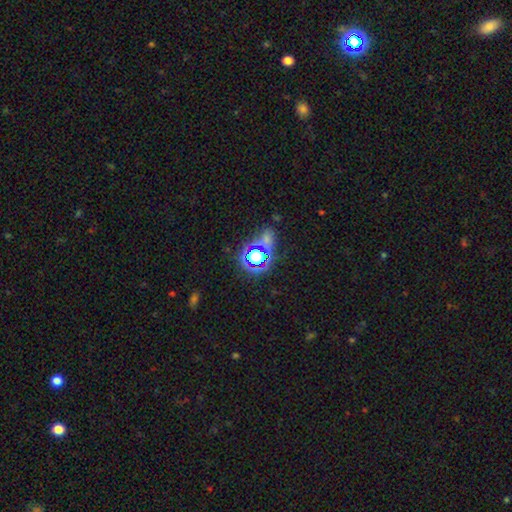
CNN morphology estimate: A star or artifact, not a galaxy (61%).